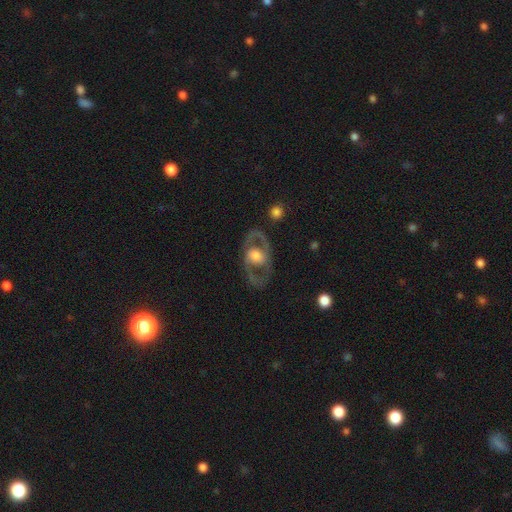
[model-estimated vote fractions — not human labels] Smooth or featured? Predicted: featured or disk (p=0.74). Edge-on disk? Predicted: no (p=0.93). Bar? Predicted: no (p=0.68). Spiral arms? Predicted: yes (p=0.56). Bulge size? Predicted: moderate (p=0.45). Merging? Predicted: none (p=0.74).